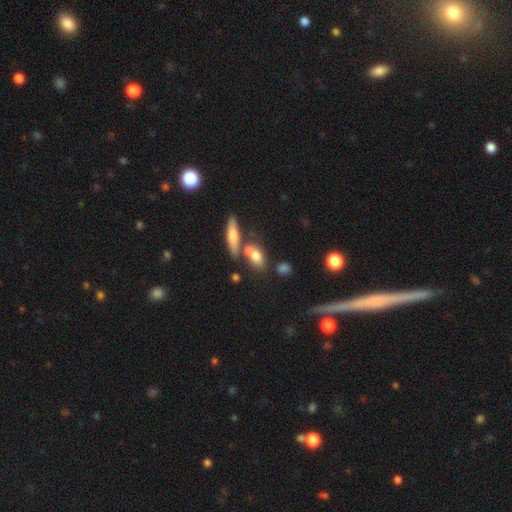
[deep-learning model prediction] Smooth or featured: smooth — 72% (featured or disk — 19%)
How rounded: in between — 71% (round — 16%)
Merging: none — 48% (merger — 34%)